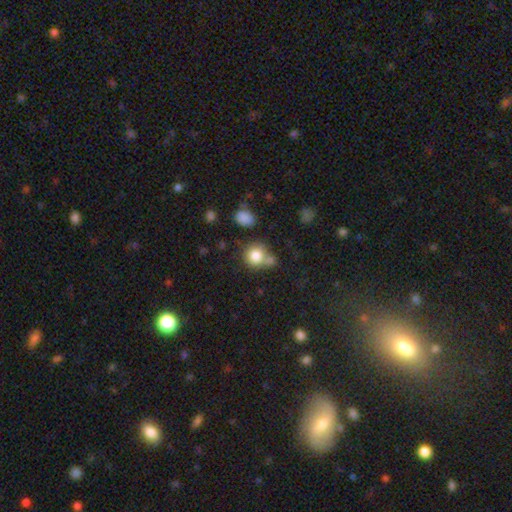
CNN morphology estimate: smooth_or_featured: smooth (p=0.81) [alt: star or artifact p=0.10]
how_rounded: round (p=0.86) [alt: in between p=0.13]
merging: none (p=0.54) [alt: merger p=0.27]